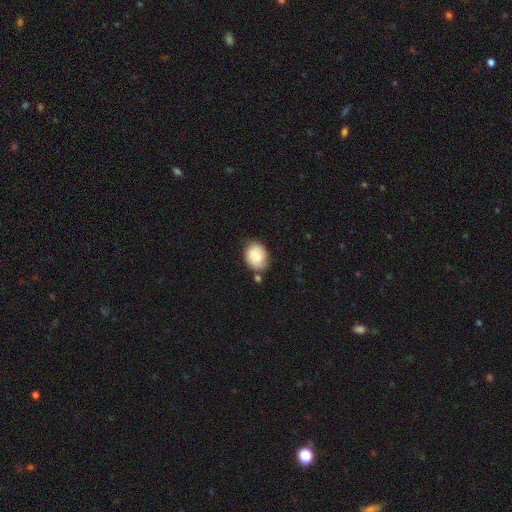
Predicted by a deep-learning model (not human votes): Morphology: type=smooth (77%); roundness=in between (55%); merging=none (65%).